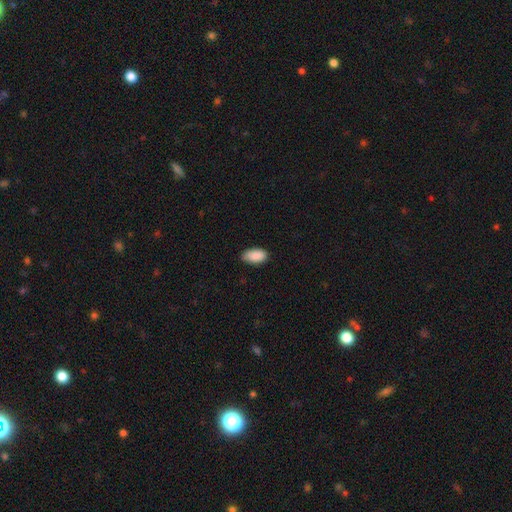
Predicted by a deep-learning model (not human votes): Smooth or featured? smooth (90%)
How rounded? in between (95%)
Merging? none (80%)